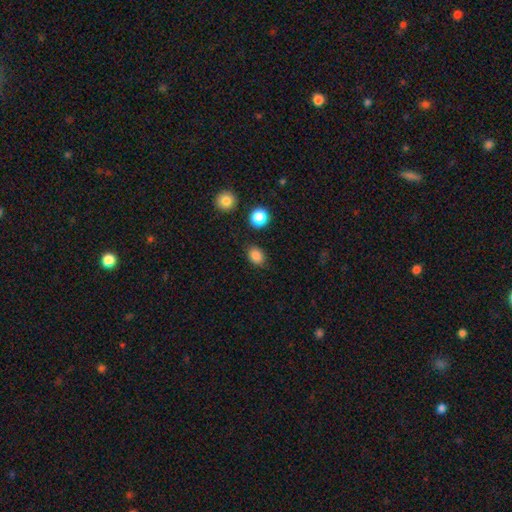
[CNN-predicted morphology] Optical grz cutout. It shows a smooth galaxy with no disk features (85%) that is in between round and cigar-shaped (60%). Merging: none (83%).